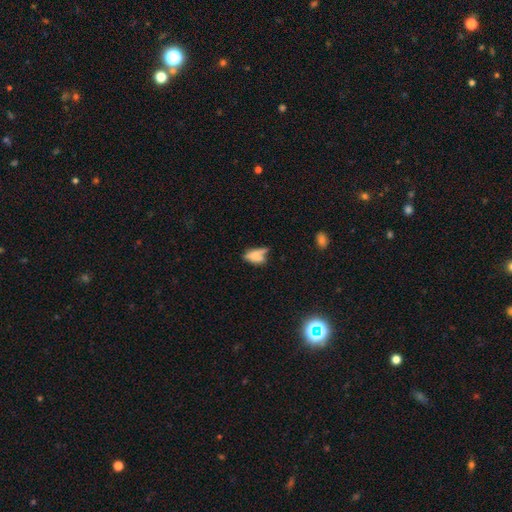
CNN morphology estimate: Smooth or featured: smooth — 63% (featured or disk — 24%)
How rounded: in between — 73% (cigar-shaped — 20%)
Merging: none — 35% (minor disturbance — 24%)